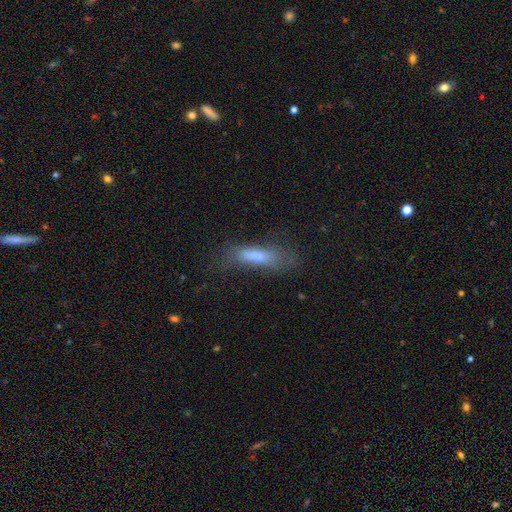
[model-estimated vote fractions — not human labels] A smooth galaxy with no disk features (65%) that is cigar-shaped (68%).

Vote fractions:
- Smooth or featured? smooth: 65% / featured or disk: 23% / star or artifact: 12%
- How rounded? cigar-shaped: 68% / in between: 30% / round: 2%
- Merging? none: 56% / minor disturbance: 24% / major disturbance: 18% / merger: 3%